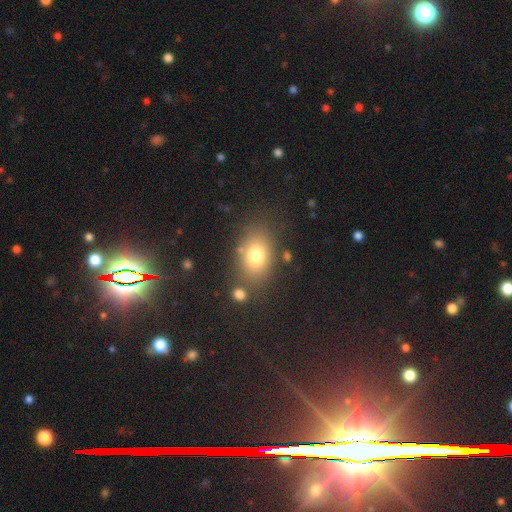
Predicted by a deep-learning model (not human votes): This appears to be a smooth galaxy with no disk features (76%) that is in between round and cigar-shaped (74%). Merging: none (76%).